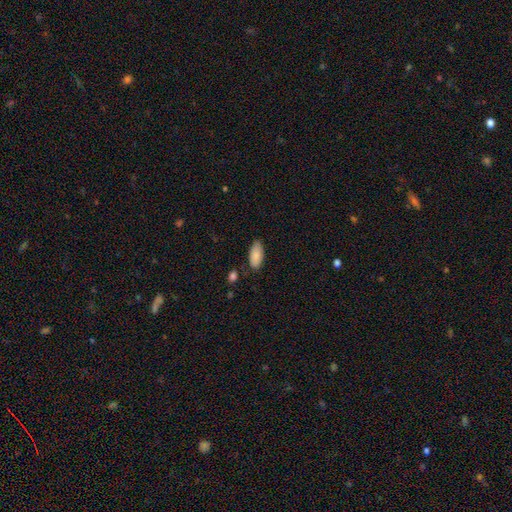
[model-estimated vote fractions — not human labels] Q: Smooth or featured?
A: smooth (87%); runner-up: featured or disk (7%)
Q: How rounded?
A: in between (91%); runner-up: cigar-shaped (7%)
Q: Merging?
A: none (79%); runner-up: minor disturbance (16%)